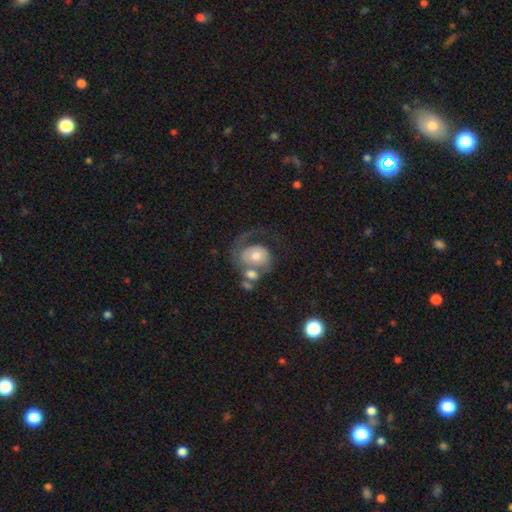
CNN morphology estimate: Overall: featured or disk (60%; smooth 33%). Edge-on disk: no (97%). Bar: no (76%). Spiral arms: yes (75%). Bulge size: moderate (58%; small 26%). Merging: major disturbance (32%; none 27%).